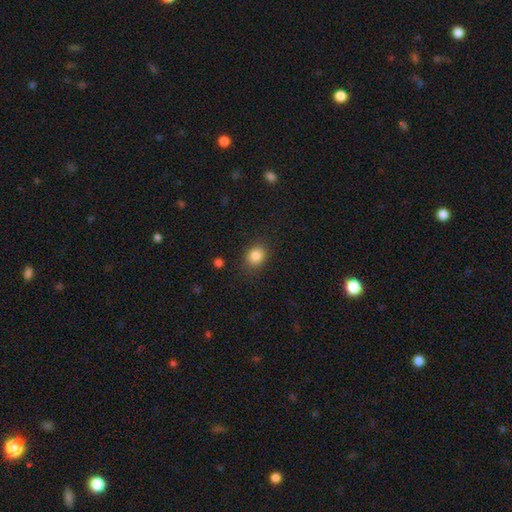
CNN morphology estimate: Smooth or featured? Predicted: smooth (p=0.85). How rounded? Predicted: round (p=0.61). Merging? Predicted: none (p=0.85).